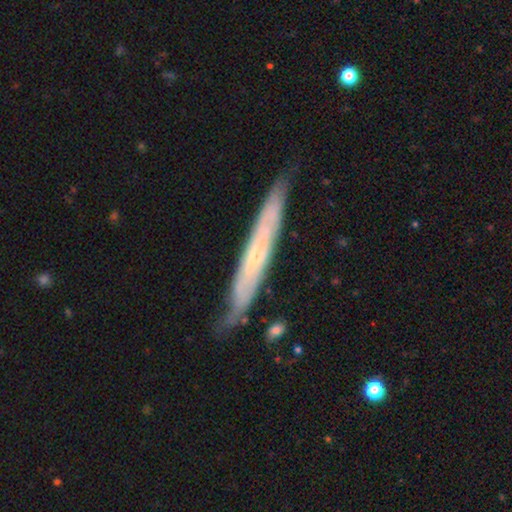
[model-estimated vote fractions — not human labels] smooth-or-featured: featured or disk: 67% | smooth: 27% | star or artifact: 6%
  disk-edge-on: yes: 70% | no: 30%
  merging: none: 76% | minor disturbance: 18% | major disturbance: 3% | merger: 2%